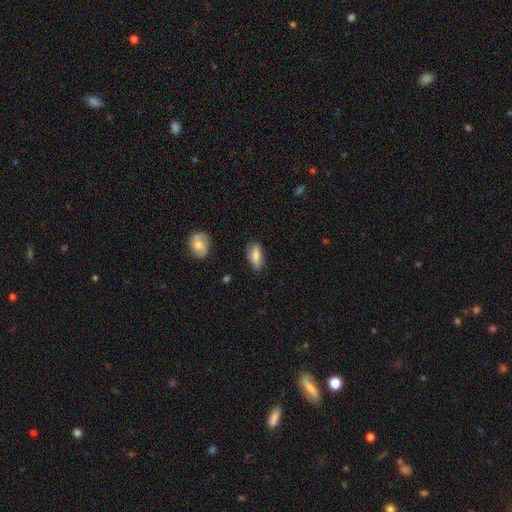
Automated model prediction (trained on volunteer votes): smooth_or_featured: smooth (p=0.82) [alt: featured or disk p=0.11]
how_rounded: in between (p=0.82) [alt: cigar-shaped p=0.16]
merging: none (p=0.78) [alt: minor disturbance p=0.17]